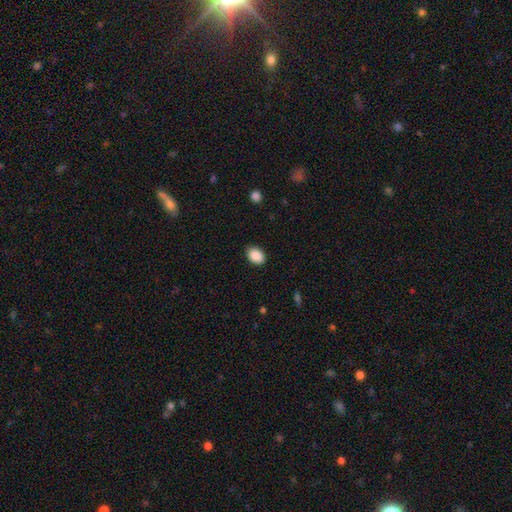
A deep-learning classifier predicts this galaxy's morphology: smooth_or_featured: smooth (p=0.90) [alt: star or artifact p=0.07]
how_rounded: in between (p=0.83) [alt: round p=0.16]
merging: none (p=0.88) [alt: minor disturbance p=0.09]